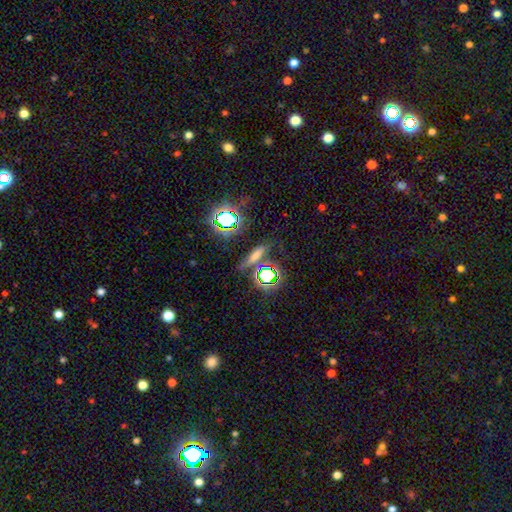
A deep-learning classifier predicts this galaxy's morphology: This appears to be a smooth galaxy with no disk features (47%). Merging: none (71%).